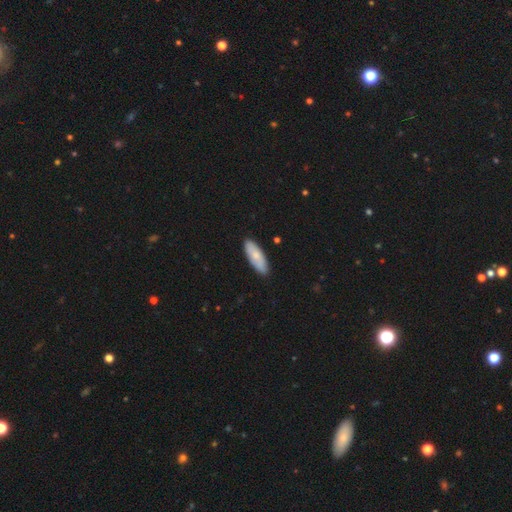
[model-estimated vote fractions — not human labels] A smooth galaxy with no disk features (73%) that is in between round and cigar-shaped (66%). Merging: none (87%).